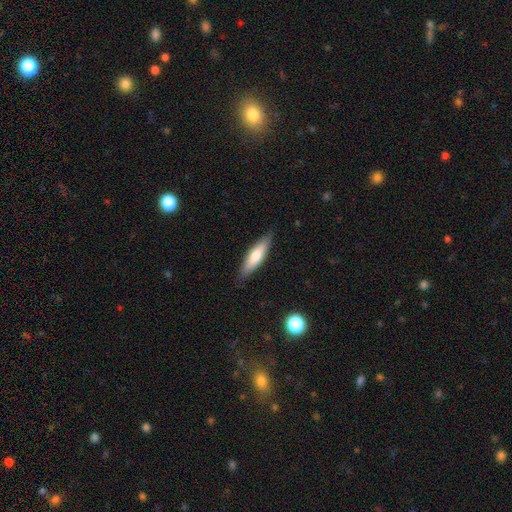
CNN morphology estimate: Q: Smooth or featured?
A: smooth (66%); runner-up: featured or disk (28%)
Q: How rounded?
A: cigar-shaped (66%); runner-up: in between (33%)
Q: Merging?
A: none (85%); runner-up: minor disturbance (12%)